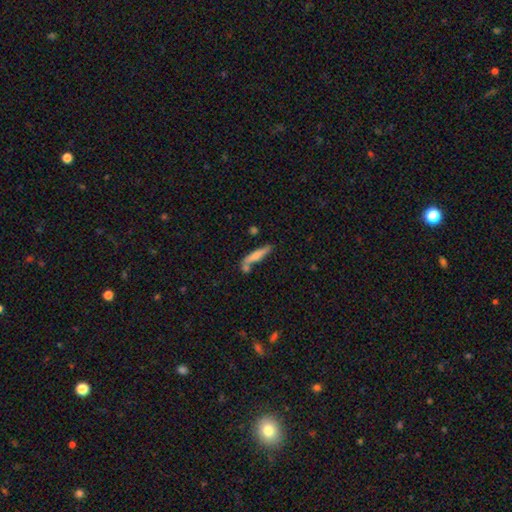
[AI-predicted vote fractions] Q: Smooth or featured?
A: smooth (66%); runner-up: featured or disk (27%)
Q: How rounded?
A: cigar-shaped (87%); runner-up: in between (11%)
Q: Merging?
A: none (62%); runner-up: merger (19%)